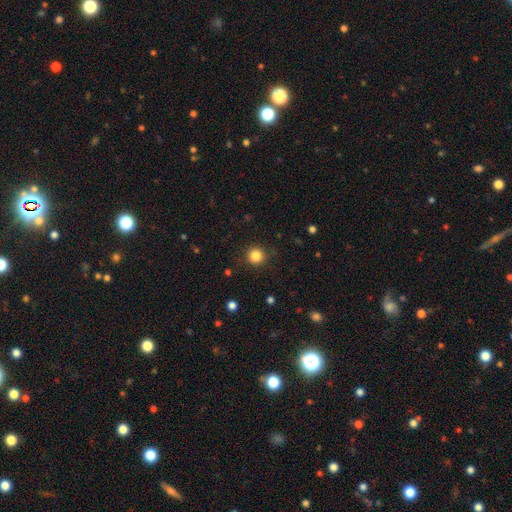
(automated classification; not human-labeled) Q: Smooth or featured?
A: smooth (84%); runner-up: star or artifact (12%)
Q: How rounded?
A: round (94%); runner-up: in between (5%)
Q: Merging?
A: none (90%); runner-up: minor disturbance (7%)